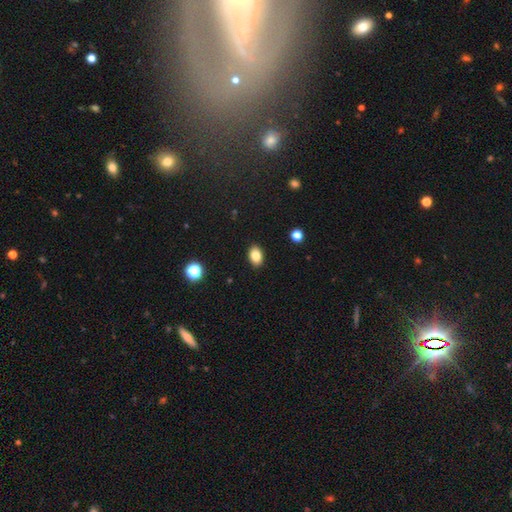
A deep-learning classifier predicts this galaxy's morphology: smooth_or_featured: smooth (p=0.83) [alt: star or artifact p=0.09]
how_rounded: in between (p=0.83) [alt: round p=0.16]
merging: none (p=0.90) [alt: minor disturbance p=0.07]